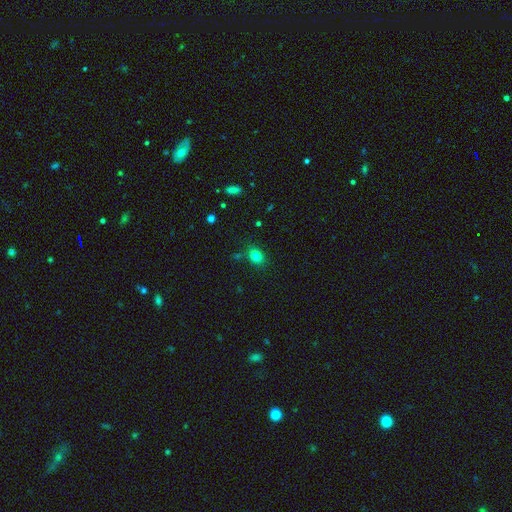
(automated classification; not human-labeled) smooth-or-featured: smooth: 81% | star or artifact: 13% | featured or disk: 6%
  how-rounded: in between: 55% | round: 43% | cigar-shaped: 1%
  merging: none: 79% | minor disturbance: 13% | merger: 5% | major disturbance: 4%